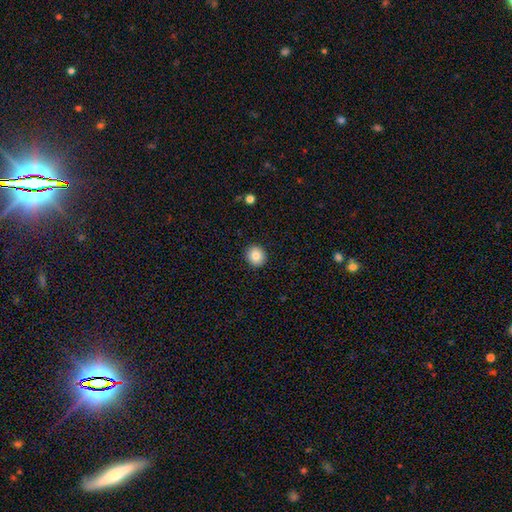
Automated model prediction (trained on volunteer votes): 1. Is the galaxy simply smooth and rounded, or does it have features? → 85% smooth, 9% star or artifact, 6% featured or disk.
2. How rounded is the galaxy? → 85% round, 14% in between, 1% cigar-shaped.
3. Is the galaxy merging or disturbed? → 92% none, 6% minor disturbance, 2% major disturbance, 1% merger.